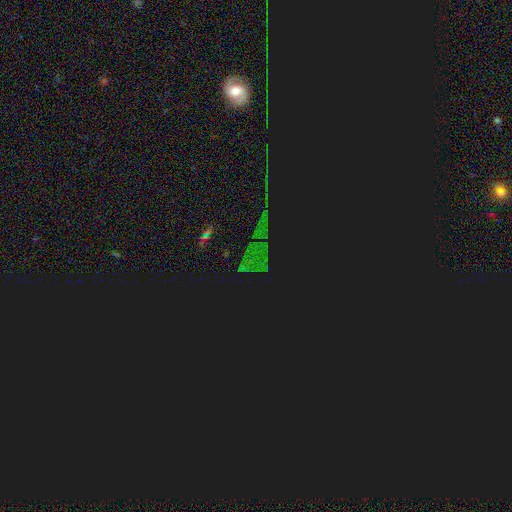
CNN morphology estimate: type=star or artifact (83%).